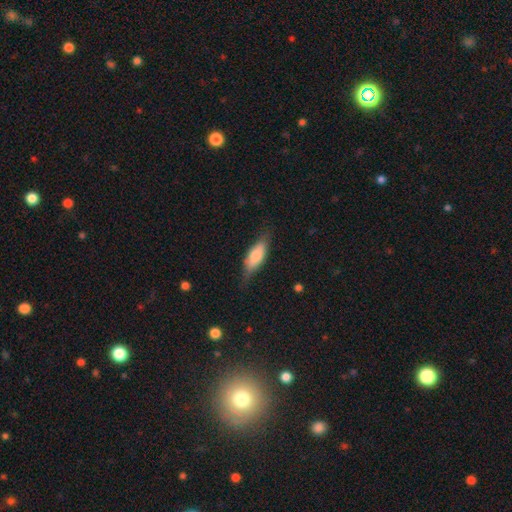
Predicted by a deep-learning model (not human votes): Smooth or featured? smooth (73%)
How rounded? in between (65%)
Merging? none (69%)